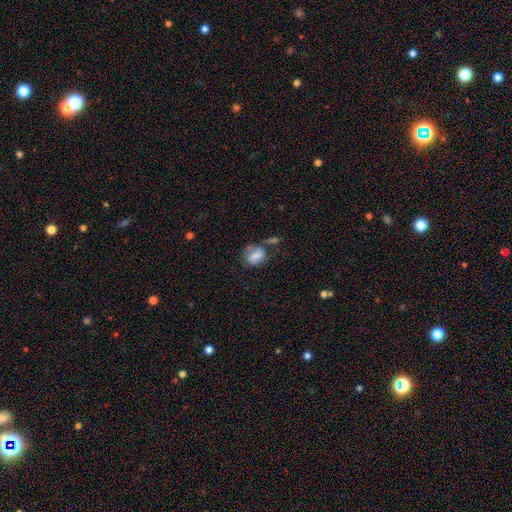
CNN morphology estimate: type=smooth (70%); roundness=in between (57%); merging=none (41%).